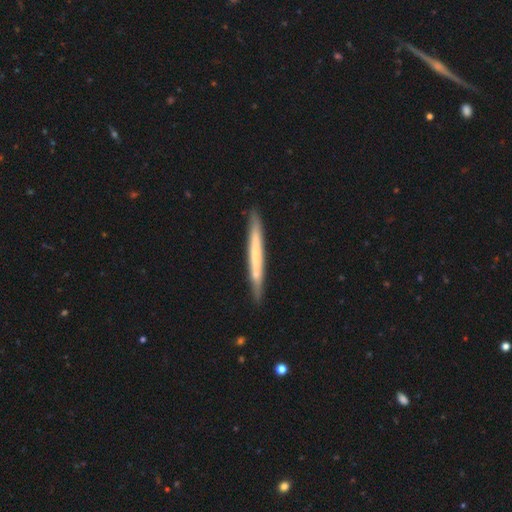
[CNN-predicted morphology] smooth-or-featured: smooth: 48% | featured or disk: 47% | star or artifact: 6%
  merging: none: 86% | minor disturbance: 10% | major disturbance: 2% | merger: 1%